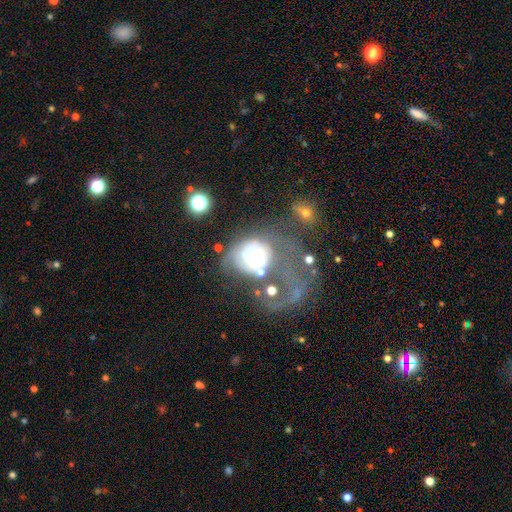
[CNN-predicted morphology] Smooth or featured? featured or disk (67%)
Edge-on disk? no (97%)
Bar? no (78%)
Spiral arms? yes (55%)
Bulge size? moderate (60%)
Merging? major disturbance (51%)